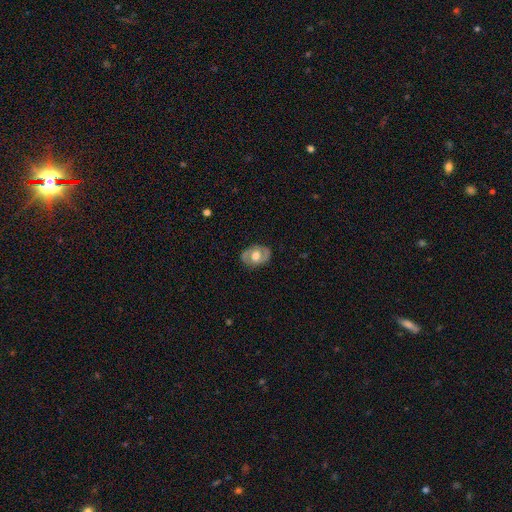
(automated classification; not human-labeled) The model was most divided on "spiral arms" (2-way tie): no: 50%, yes: 50%. Remaining: edge-on disk — no (93%); merging — none (82%); bar — no (68%); smooth or featured — featured or disk (60%); bulge size — moderate (49%).